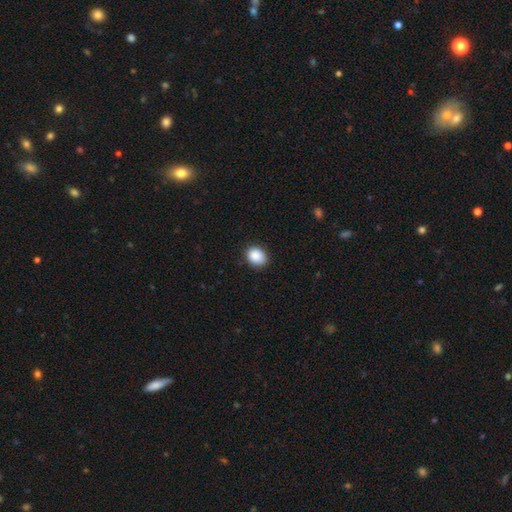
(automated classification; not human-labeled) The model was most divided on "how rounded": round: 54%, in between: 45%, cigar-shaped: 1%. More confident: smooth or featured — smooth (89%); merging — none (85%).